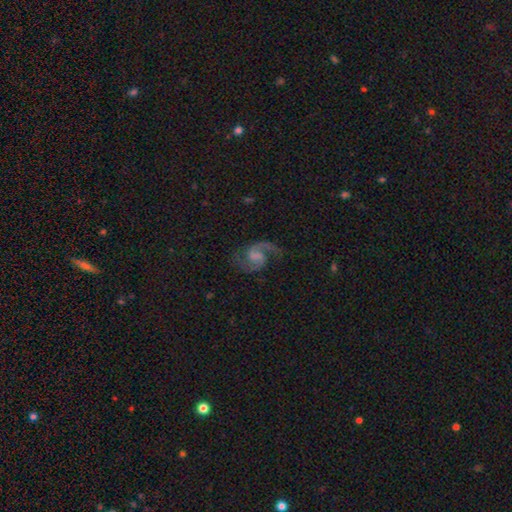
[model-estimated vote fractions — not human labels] Q: Smooth or featured?
A: featured or disk (89%); runner-up: star or artifact (5%)
Q: Edge-on disk?
A: no (98%); runner-up: yes (2%)
Q: Bar?
A: weak (51%); runner-up: no (35%)
Q: Spiral arms?
A: yes (98%); runner-up: no (2%)
Q: Spiral winding?
A: medium (54%); runner-up: loose (36%)
Q: Spiral arm count?
A: 2 (92%); runner-up: 1 (4%)
Q: Bulge size?
A: none (52%); runner-up: small (21%)
Q: Merging?
A: none (75%); runner-up: minor disturbance (14%)